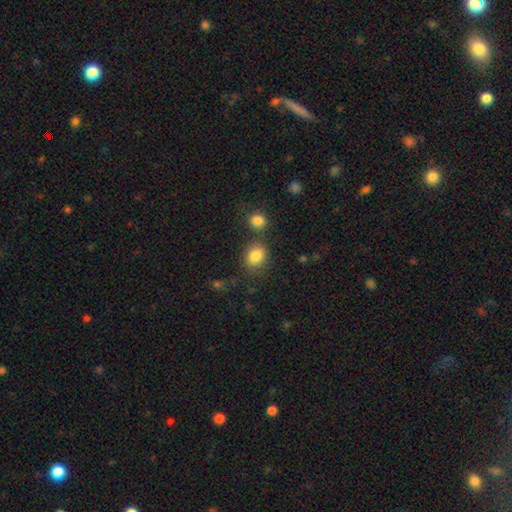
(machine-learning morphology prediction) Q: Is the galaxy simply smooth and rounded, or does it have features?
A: smooth — 84%.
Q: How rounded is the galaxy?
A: round — 54%.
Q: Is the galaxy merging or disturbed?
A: none — 69%.